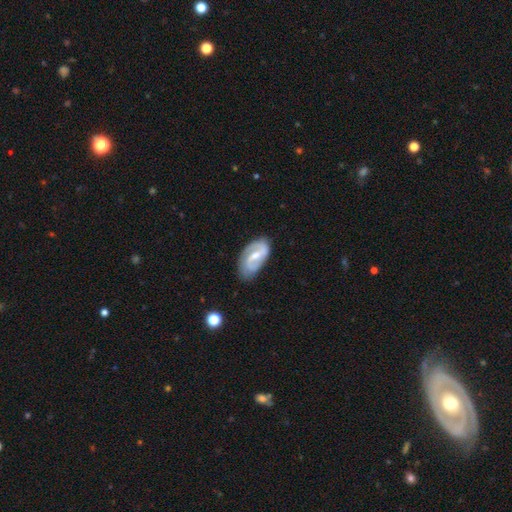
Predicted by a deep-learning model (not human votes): Overall: featured or disk (78%). Edge-on disk: no (96%). Bar: weak (50%; strong 31%). Spiral arms: yes (91%). Spiral arm count: 2 (81%). Spiral winding: medium (45%; loose 29%). Bulge size: moderate (50%; small 43%). Merging: none (72%).